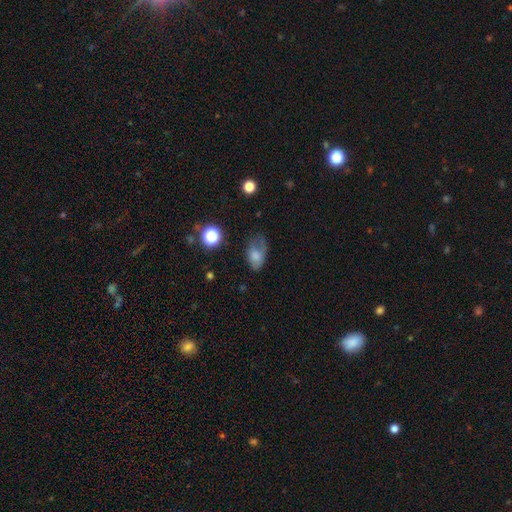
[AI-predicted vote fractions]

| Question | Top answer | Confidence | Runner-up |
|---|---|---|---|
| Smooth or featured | smooth | 72% | featured or disk (17%) |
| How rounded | in between | 86% | round (13%) |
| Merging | none | 41% | minor disturbance (35%) |